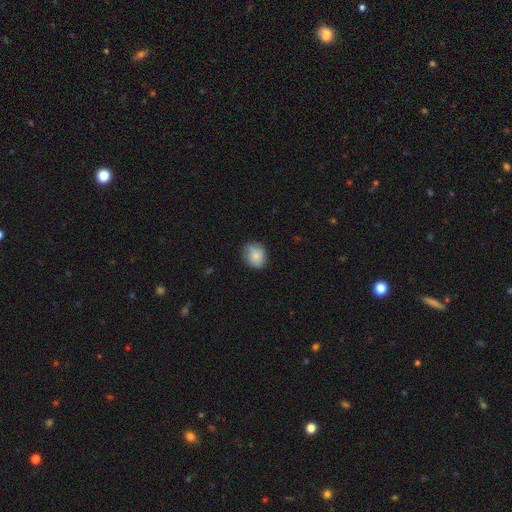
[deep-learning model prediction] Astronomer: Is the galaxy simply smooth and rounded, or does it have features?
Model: smooth — 77%.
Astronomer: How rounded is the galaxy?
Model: round — 70%.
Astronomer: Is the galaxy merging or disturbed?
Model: none — 71%.